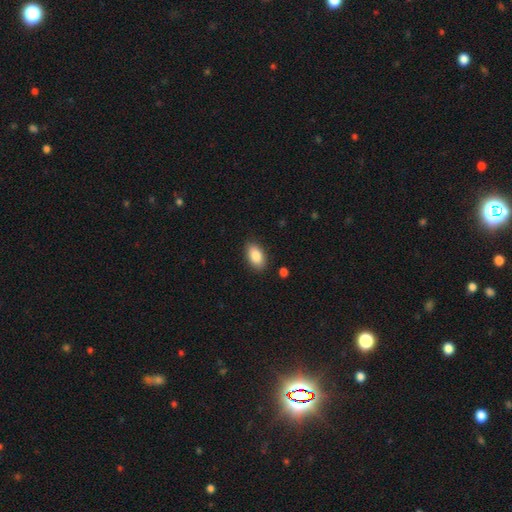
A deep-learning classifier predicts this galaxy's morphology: type=smooth (87%); roundness=in between (93%); merging=none (86%).